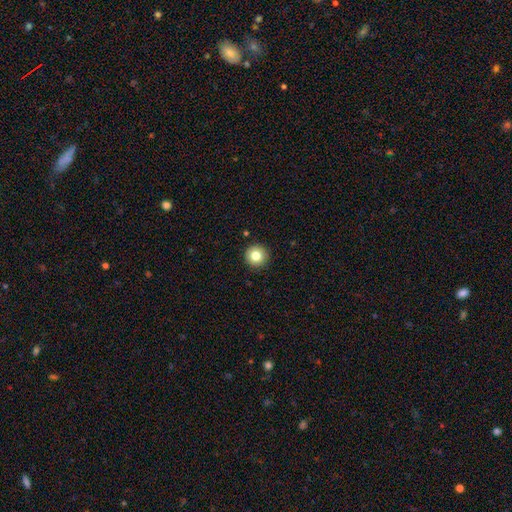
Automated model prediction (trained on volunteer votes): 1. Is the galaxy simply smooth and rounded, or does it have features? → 81% smooth, 10% star or artifact, 9% featured or disk.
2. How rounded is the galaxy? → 96% round, 3% in between, 1% cigar-shaped.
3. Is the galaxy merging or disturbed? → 93% none, 5% minor disturbance, 1% major disturbance, 1% merger.